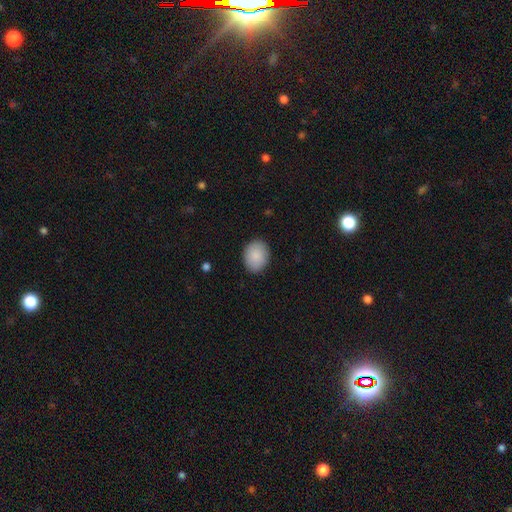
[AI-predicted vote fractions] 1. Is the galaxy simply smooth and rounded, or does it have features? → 89% smooth, 6% star or artifact, 5% featured or disk.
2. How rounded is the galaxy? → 54% in between, 45% round, 1% cigar-shaped.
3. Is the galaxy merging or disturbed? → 88% none, 9% minor disturbance, 2% major disturbance, 1% merger.